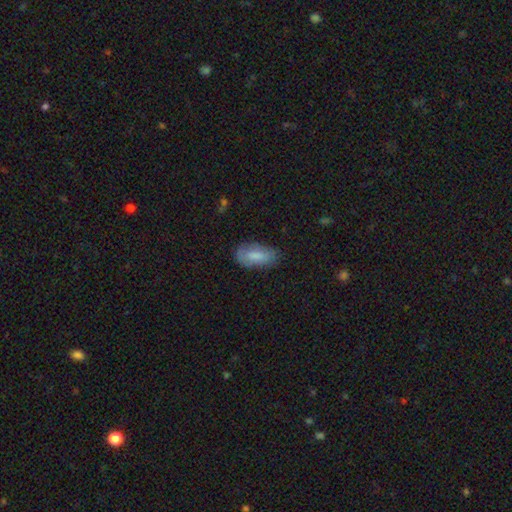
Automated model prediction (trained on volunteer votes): Q: Smooth or featured?
A: smooth (79%); runner-up: featured or disk (14%)
Q: How rounded?
A: in between (89%); runner-up: cigar-shaped (8%)
Q: Merging?
A: none (73%); runner-up: minor disturbance (21%)